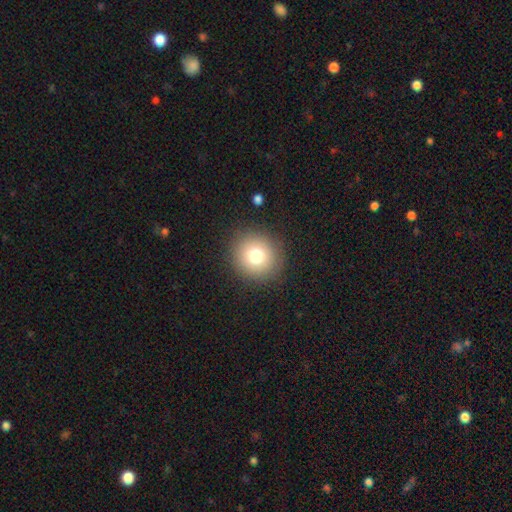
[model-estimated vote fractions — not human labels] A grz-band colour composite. It shows a smooth galaxy with no disk features (76%) that is round (91%). Merging: none (89%).